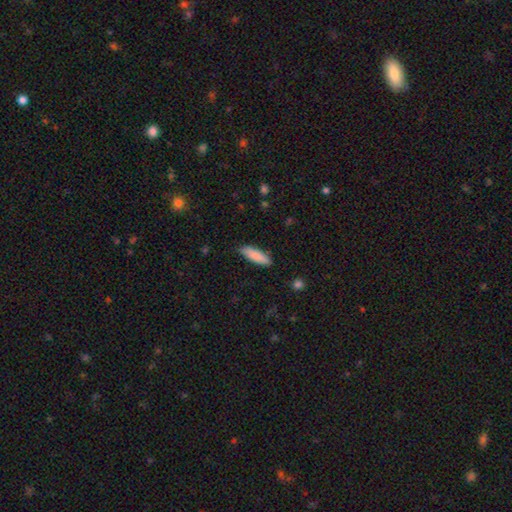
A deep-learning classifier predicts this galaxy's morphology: This appears to be a smooth galaxy with no disk features (86%) that is cigar-shaped (54%). Merging: none (85%).